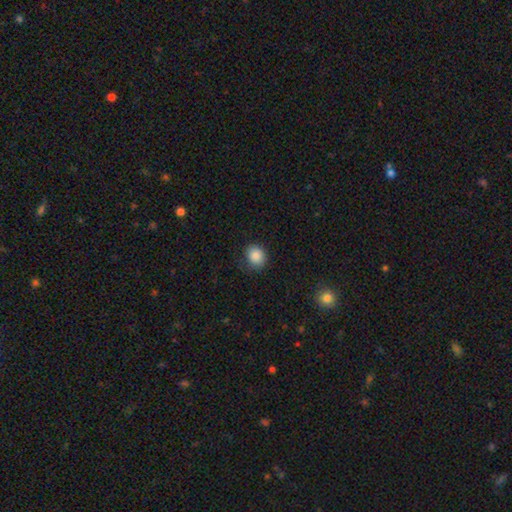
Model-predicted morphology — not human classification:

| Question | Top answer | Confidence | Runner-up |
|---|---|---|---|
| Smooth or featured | smooth | 87% | star or artifact (9%) |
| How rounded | round | 72% | in between (27%) |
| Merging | none | 78% | minor disturbance (16%) |